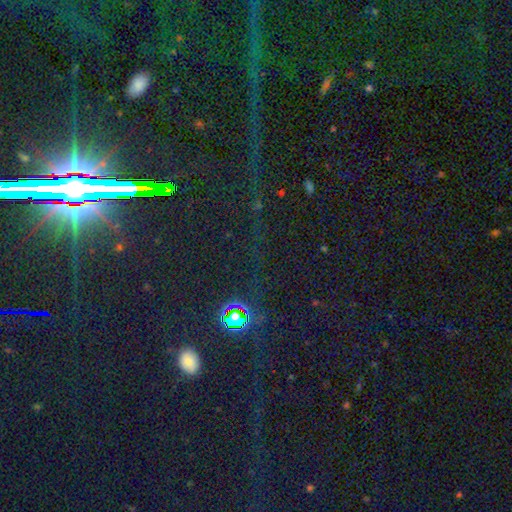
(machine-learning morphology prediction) type=star or artifact (82%).